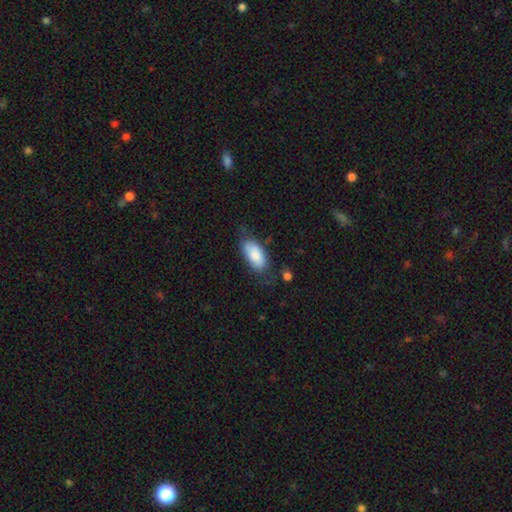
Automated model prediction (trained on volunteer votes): smooth_or_featured: smooth (p=0.83) [alt: featured or disk p=0.11]
how_rounded: in between (p=0.92) [alt: cigar-shaped p=0.06]
merging: none (p=0.58) [alt: minor disturbance p=0.28]